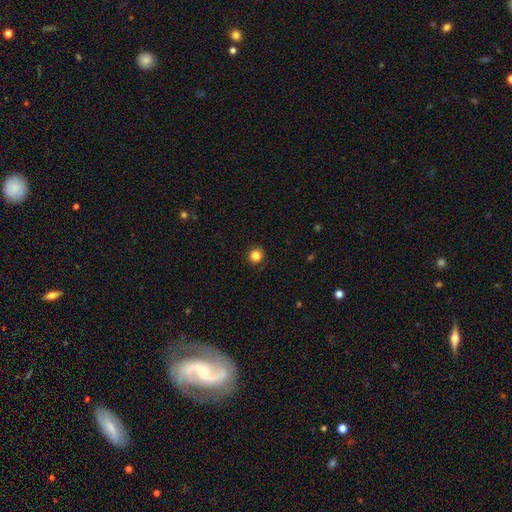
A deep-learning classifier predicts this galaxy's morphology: Smooth or featured: smooth — 85% (star or artifact — 11%)
How rounded: round — 95% (in between — 4%)
Merging: none — 92% (minor disturbance — 6%)